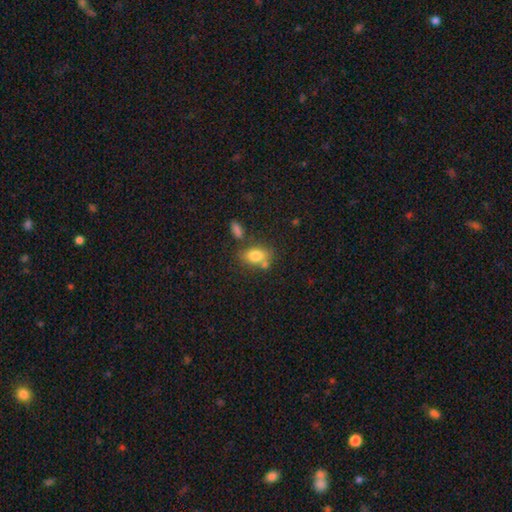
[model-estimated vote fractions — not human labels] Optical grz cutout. It shows a smooth galaxy with no disk features (79%) that is in between round and cigar-shaped (82%). Merging: none (57%).